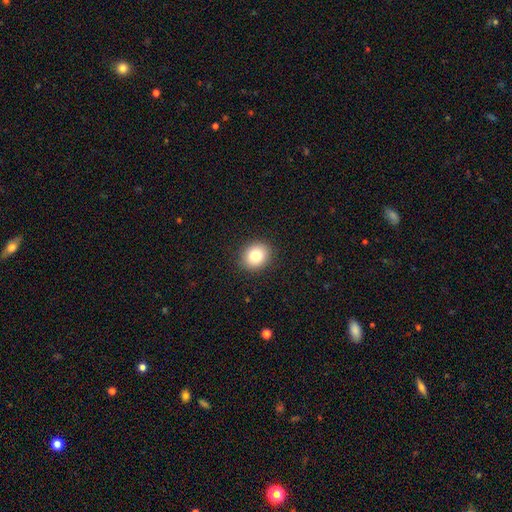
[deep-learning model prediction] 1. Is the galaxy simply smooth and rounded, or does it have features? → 82% smooth, 10% star or artifact, 9% featured or disk.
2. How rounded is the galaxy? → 66% round, 33% in between, 1% cigar-shaped.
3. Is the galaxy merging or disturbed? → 91% none, 7% minor disturbance, 2% major disturbance, 1% merger.